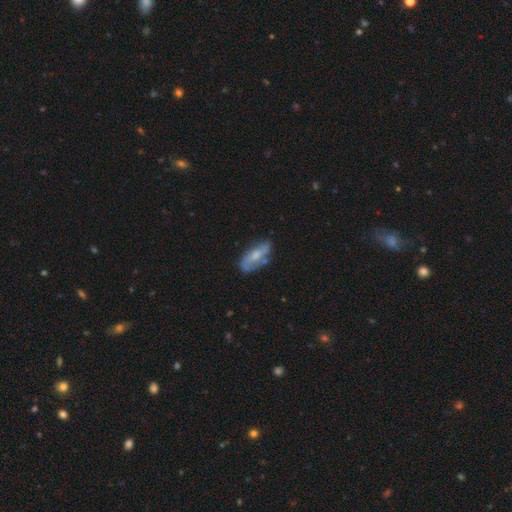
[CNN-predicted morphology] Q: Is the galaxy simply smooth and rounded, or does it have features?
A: featured or disk — 57%.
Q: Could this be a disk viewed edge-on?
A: no — 85%.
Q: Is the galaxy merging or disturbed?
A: none — 61%.